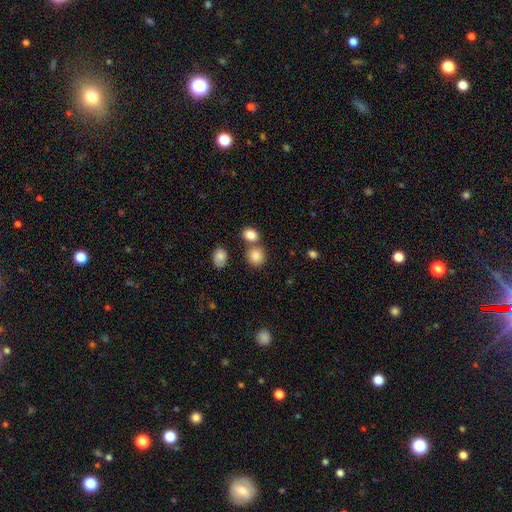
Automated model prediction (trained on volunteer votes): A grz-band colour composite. It shows a smooth galaxy with no disk features (85%) that is round (75%). Merging: none (62%).